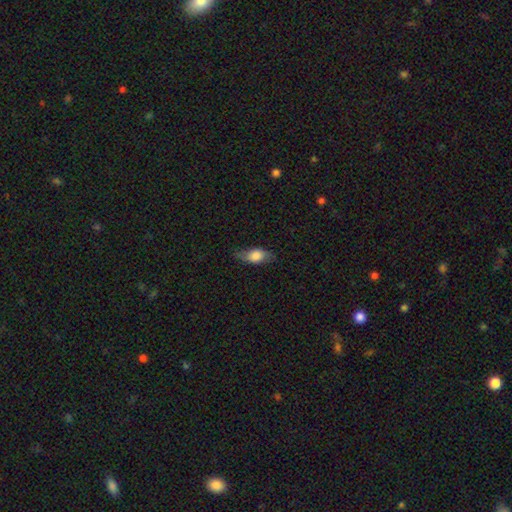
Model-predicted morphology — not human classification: A smooth galaxy with no disk features (69%) that is in between round and cigar-shaped (81%).

Vote fractions:
- Smooth or featured? smooth: 69% / featured or disk: 23% / star or artifact: 8%
- How rounded? in between: 81% / cigar-shaped: 10% / round: 9%
- Merging? none: 70% / minor disturbance: 22% / major disturbance: 7% / merger: 1%